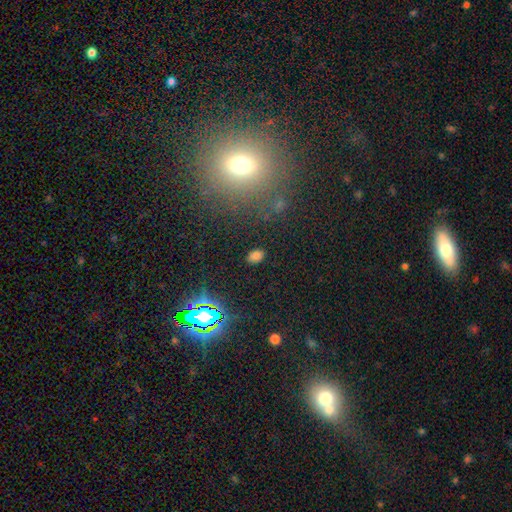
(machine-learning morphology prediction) Smooth or featured?
  - smooth: 72% *
  - star or artifact: 22%
  - featured or disk: 6%
How rounded?
  - in between: 81% *
  - round: 17%
  - cigar-shaped: 2%
Merging?
  - none: 87% *
  - minor disturbance: 9%
  - major disturbance: 3%
  - merger: 1%